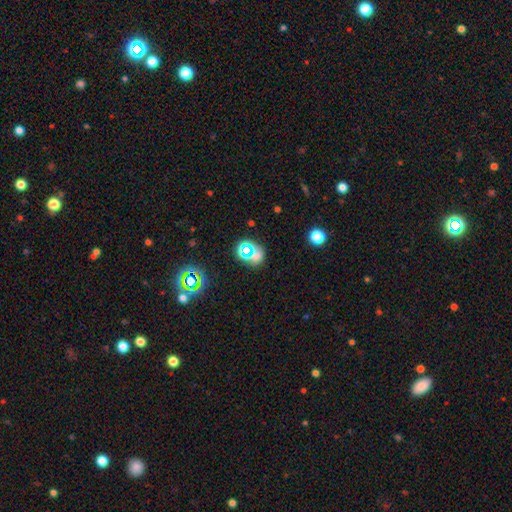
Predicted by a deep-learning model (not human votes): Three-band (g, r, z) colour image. It shows a star or artifact, not a galaxy (44%).